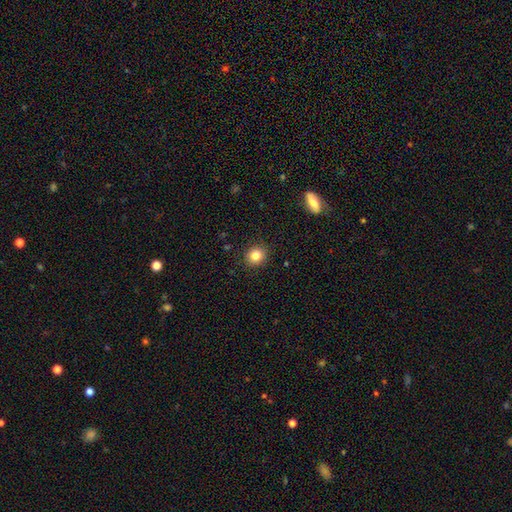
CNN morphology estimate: Smooth or featured? Predicted: smooth (p=0.83). How rounded? Predicted: round (p=0.83). Merging? Predicted: none (p=0.90).